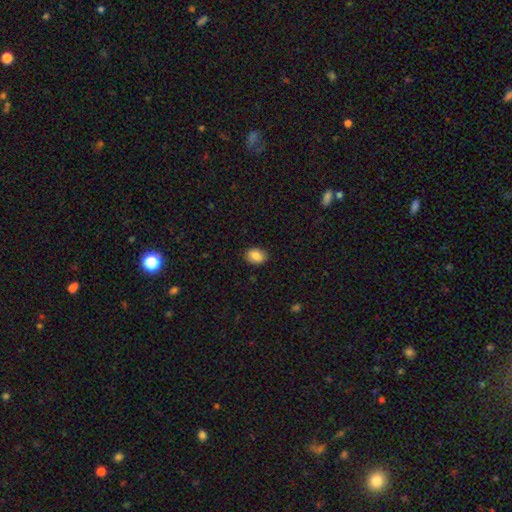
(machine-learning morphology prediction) type=smooth (86%); roundness=in between (62%); merging=none (88%).